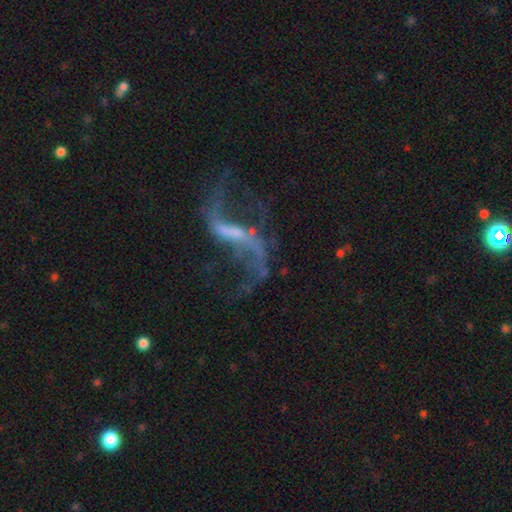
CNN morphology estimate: Overall: featured or disk (87%). Edge-on disk: no (95%). Bar: strong (41%; weak 40%). Spiral arms: yes (91%). Spiral arm count: 2 (91%). Spiral winding: loose (91%). Bulge size: small (43%; none 37%). Merging: none (56%; major disturbance 24%).